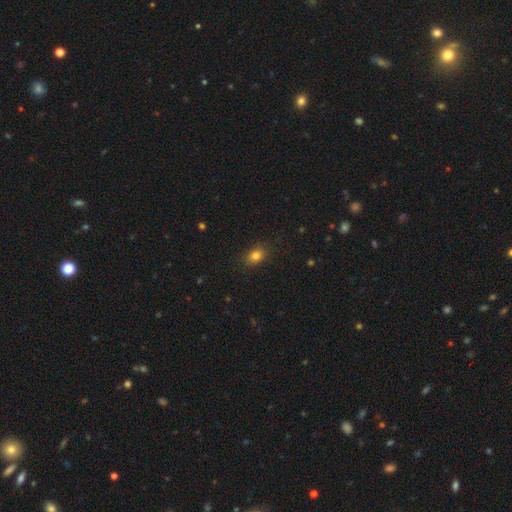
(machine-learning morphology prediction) The model was most divided on "how rounded": in between: 64%, round: 34%, cigar-shaped: 2%. More confident: merging — none (85%); smooth or featured — smooth (81%).